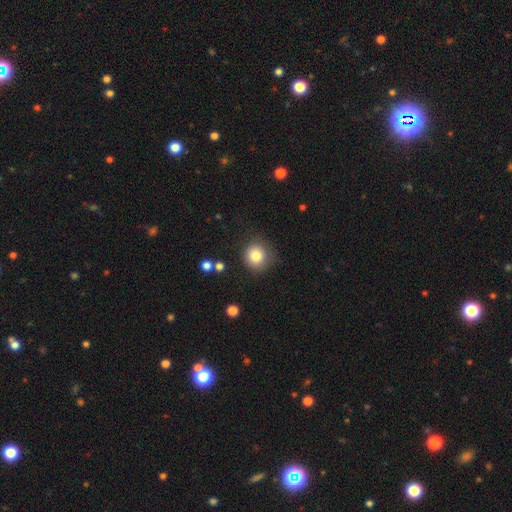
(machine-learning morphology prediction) A smooth galaxy with no disk features (82%) that is round (89%).

Vote fractions:
- Smooth or featured? smooth: 82% / star or artifact: 11% / featured or disk: 7%
- How rounded? round: 89% / in between: 10% / cigar-shaped: 1%
- Merging? none: 77% / minor disturbance: 16% / major disturbance: 5% / merger: 2%